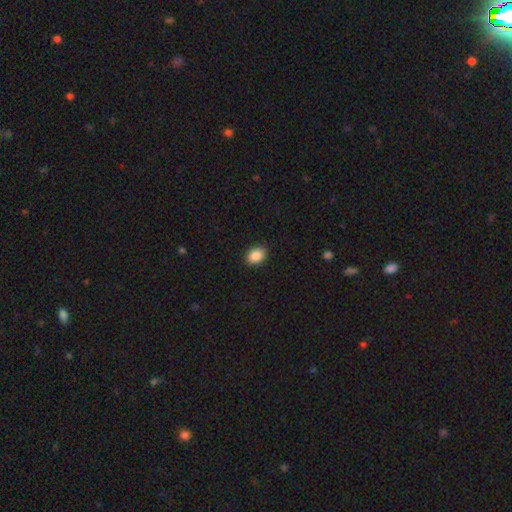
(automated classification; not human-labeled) Smooth or featured?
  - smooth: 89% *
  - star or artifact: 8%
  - featured or disk: 3%
How rounded?
  - in between: 71% *
  - round: 28%
  - cigar-shaped: 1%
Merging?
  - none: 90% *
  - minor disturbance: 7%
  - major disturbance: 2%
  - merger: 1%